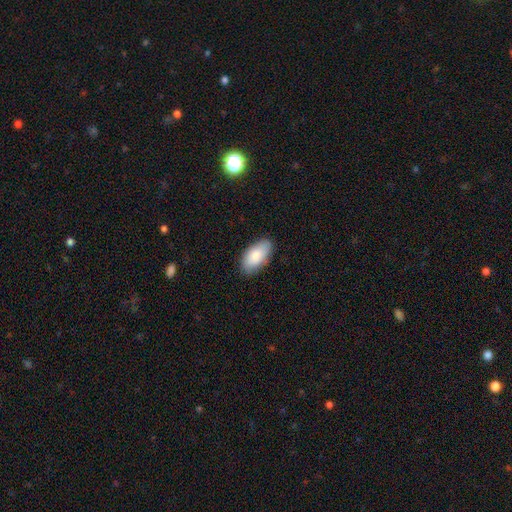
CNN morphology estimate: smooth-or-featured: smooth: 86% | featured or disk: 8% | star or artifact: 6%
  how-rounded: in between: 94% | cigar-shaped: 3% | round: 2%
  merging: none: 85% | minor disturbance: 12% | major disturbance: 2% | merger: 1%